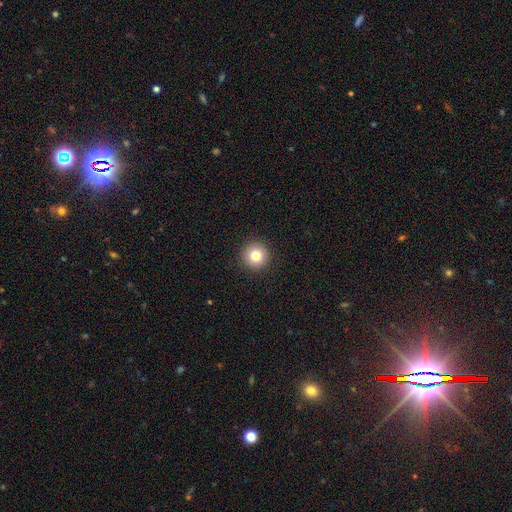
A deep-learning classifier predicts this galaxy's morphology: smooth_or_featured: smooth (p=0.80) [alt: star or artifact p=0.12]
how_rounded: round (p=0.96) [alt: in between p=0.03]
merging: none (p=0.93) [alt: minor disturbance p=0.05]